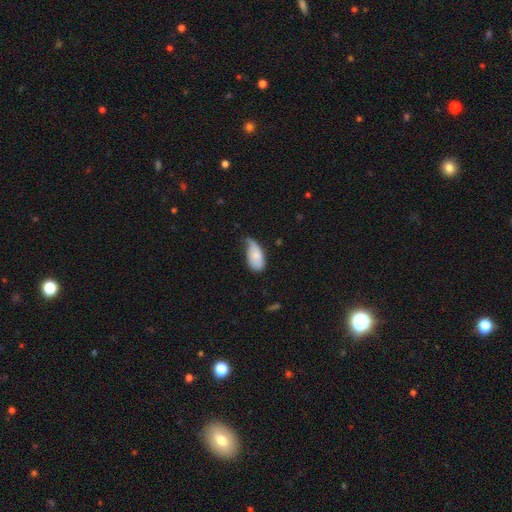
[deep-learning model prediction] Q: Smooth or featured?
A: smooth (74%); runner-up: featured or disk (20%)
Q: How rounded?
A: in between (93%); runner-up: cigar-shaped (4%)
Q: Merging?
A: minor disturbance (50%); runner-up: none (25%)